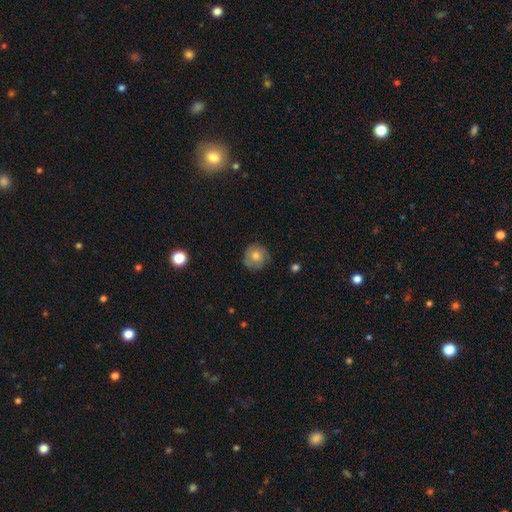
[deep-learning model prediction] This is likely a smooth galaxy (68%). How rounded: clearly round (89%). Merging: likely none (75%).